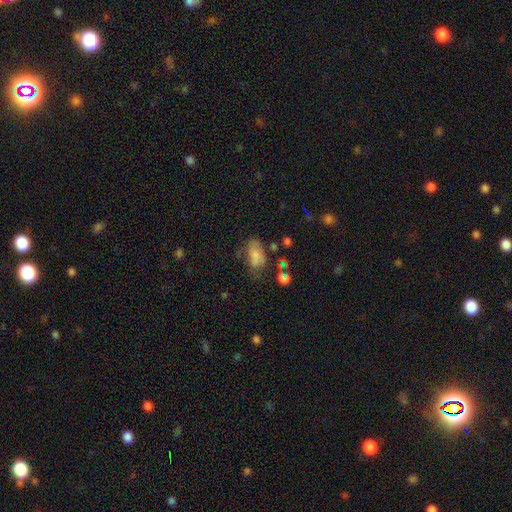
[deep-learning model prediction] Overall: smooth (72%). How rounded: in between (90%). Merging: none (41%; minor disturbance 29%).